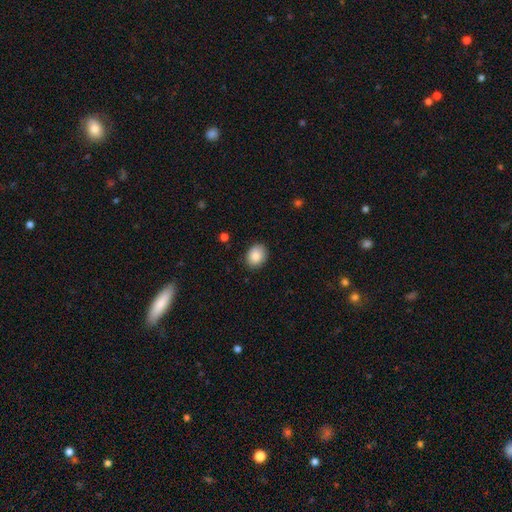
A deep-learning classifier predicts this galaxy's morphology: The model was most divided on "how rounded": in between: 55%, round: 44%, cigar-shaped: 1%. More confident: smooth or featured — smooth (87%); merging — none (85%).